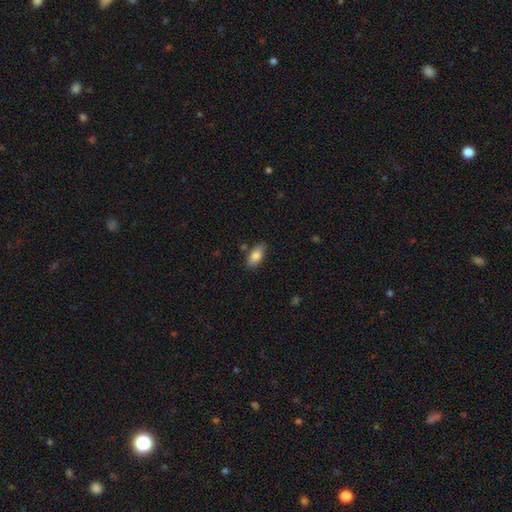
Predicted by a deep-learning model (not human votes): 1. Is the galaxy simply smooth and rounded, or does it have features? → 82% smooth, 11% featured or disk, 7% star or artifact.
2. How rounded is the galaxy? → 89% in between, 8% cigar-shaped, 3% round.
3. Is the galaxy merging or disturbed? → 81% none, 13% minor disturbance, 3% merger, 3% major disturbance.